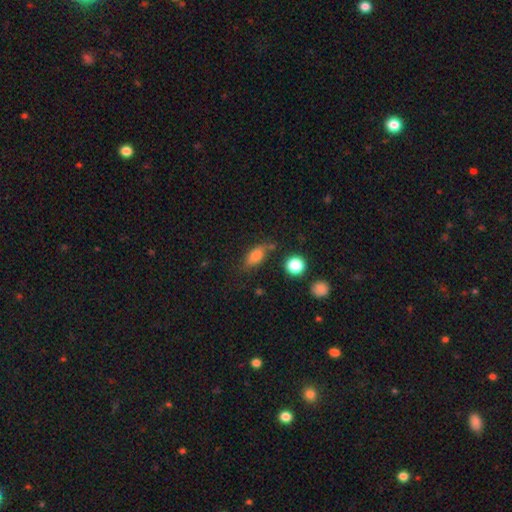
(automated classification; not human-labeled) Smooth or featured?
  - smooth: 79% *
  - featured or disk: 11%
  - star or artifact: 10%
How rounded?
  - in between: 80% *
  - cigar-shaped: 11%
  - round: 9%
Merging?
  - none: 69% *
  - minor disturbance: 19%
  - merger: 6%
  - major disturbance: 5%